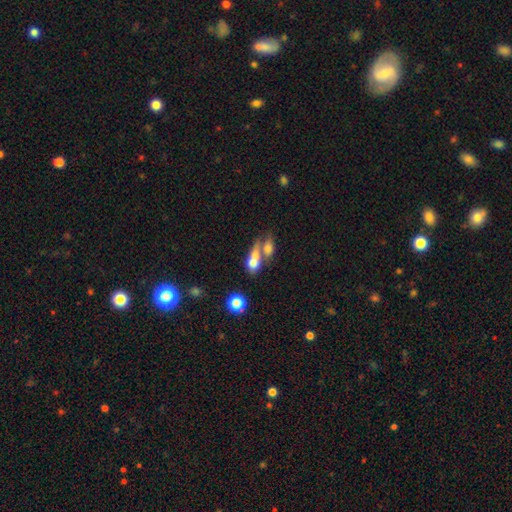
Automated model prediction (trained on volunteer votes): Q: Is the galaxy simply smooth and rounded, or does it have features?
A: smooth — 57%.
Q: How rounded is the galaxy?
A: in between — 61%.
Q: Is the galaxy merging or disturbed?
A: merger — 55%.